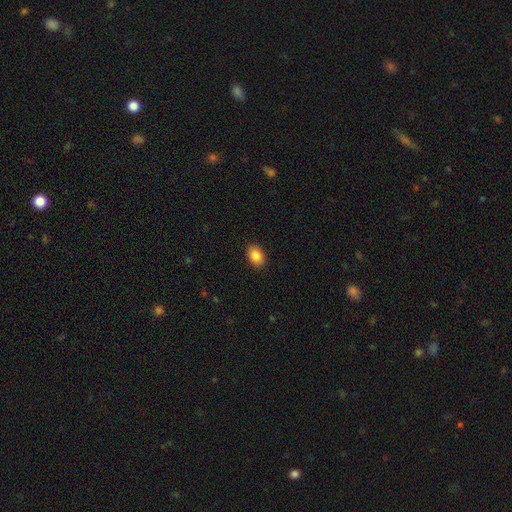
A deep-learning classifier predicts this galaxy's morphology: smooth_or_featured: smooth (p=0.86) [alt: star or artifact p=0.08]
how_rounded: in between (p=0.81) [alt: round p=0.18]
merging: none (p=0.90) [alt: minor disturbance p=0.07]